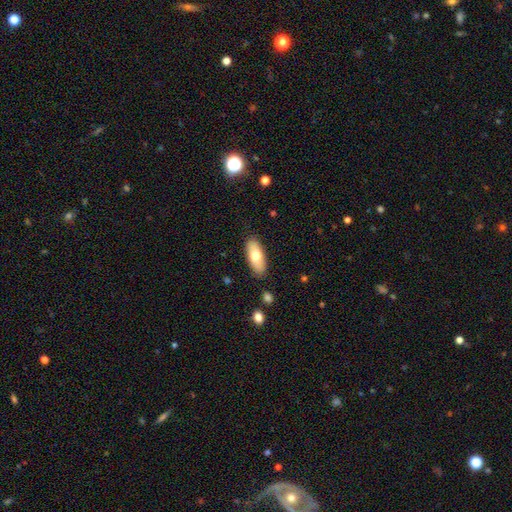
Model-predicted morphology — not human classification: Smooth or featured? Predicted: smooth (p=0.71). How rounded? Predicted: in between (p=0.81). Merging? Predicted: none (p=0.86).